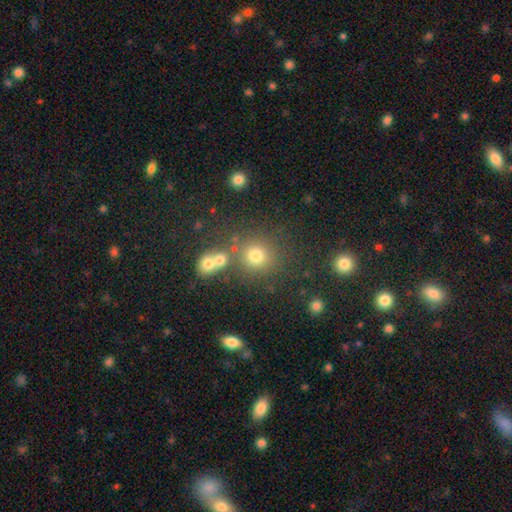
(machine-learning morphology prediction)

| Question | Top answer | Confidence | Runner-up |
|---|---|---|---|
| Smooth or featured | smooth | 75% | star or artifact (17%) |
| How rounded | round | 90% | in between (9%) |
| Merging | none | 73% | merger (13%) |